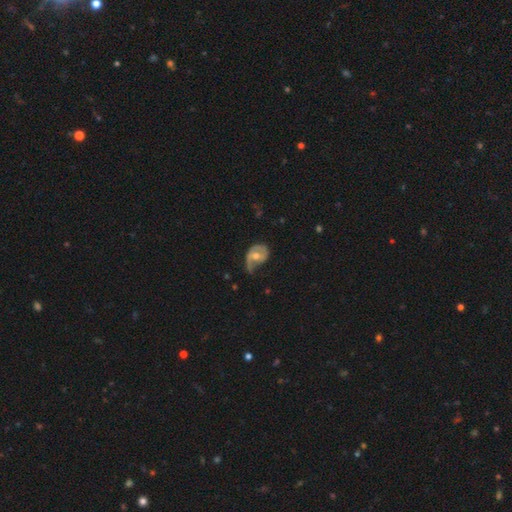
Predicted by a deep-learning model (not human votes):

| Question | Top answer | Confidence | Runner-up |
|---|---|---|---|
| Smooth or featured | featured or disk | 66% | smooth (27%) |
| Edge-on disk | no | 97% | yes (3%) |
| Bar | no | 65% | weak (27%) |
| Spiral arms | yes | 78% | no (22%) |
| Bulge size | moderate | 69% | small (23%) |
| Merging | major disturbance | 34% | minor disturbance (32%) |